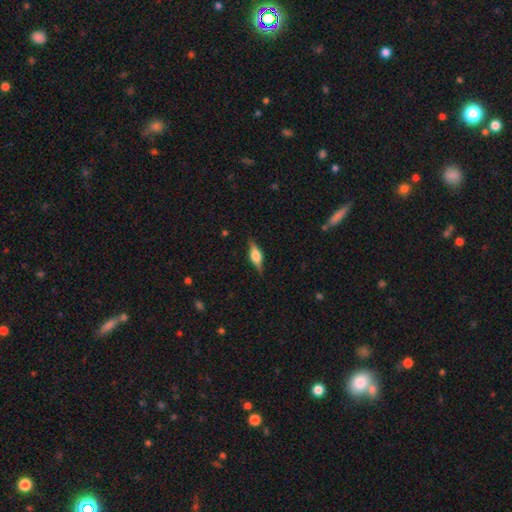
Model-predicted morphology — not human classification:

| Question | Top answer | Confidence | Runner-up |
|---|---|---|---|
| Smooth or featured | featured or disk | 59% | smooth (34%) |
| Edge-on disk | yes | 95% | no (5%) |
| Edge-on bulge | rounded | 86% | boxy (12%) |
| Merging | none | 85% | minor disturbance (12%) |